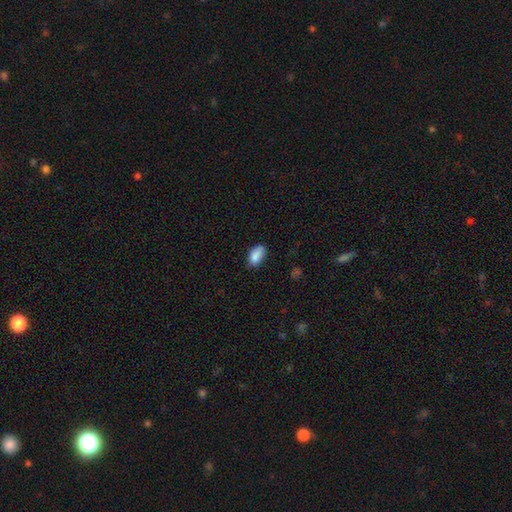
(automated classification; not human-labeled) smooth 85%, star or artifact 8%, featured or disk 6%. Down the decision tree: how rounded — in between (92%); merging — none (64%).